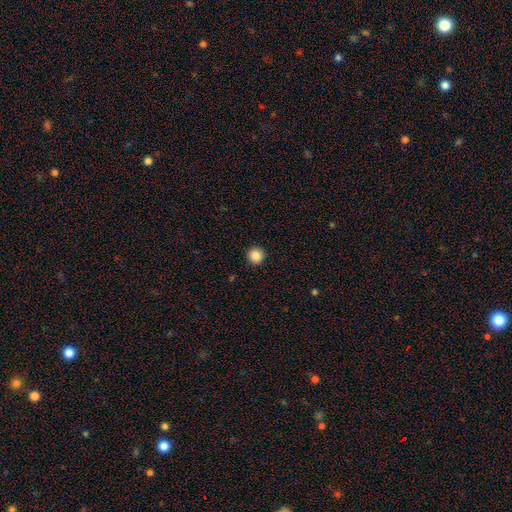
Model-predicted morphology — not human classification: Overall: smooth (86%). How rounded: round (95%). Merging: none (93%).